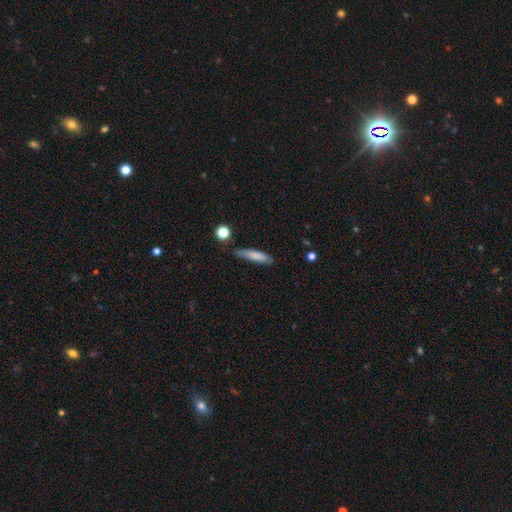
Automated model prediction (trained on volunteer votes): A smooth galaxy with no disk features (79%) that is cigar-shaped (82%). Merging: none (76%).